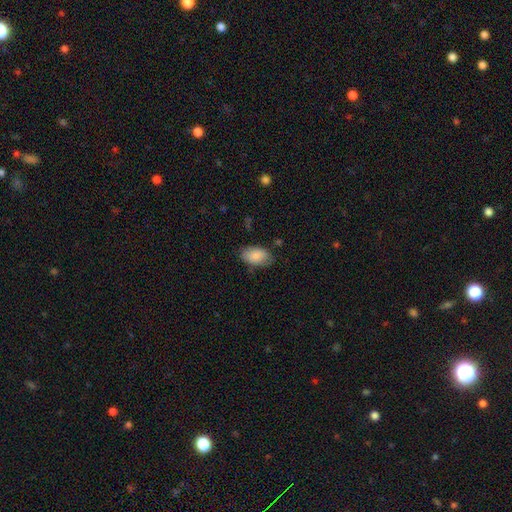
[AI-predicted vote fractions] Smooth or featured? Predicted: smooth (p=0.82). How rounded? Predicted: in between (p=0.93). Merging? Predicted: none (p=0.72).